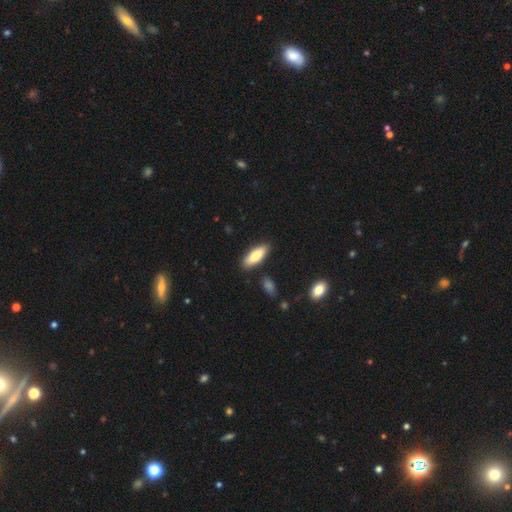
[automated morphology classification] The model was most divided on "how rounded": in between: 66%, cigar-shaped: 32%, round: 2%. More confident: merging — none (87%); smooth or featured — smooth (76%).